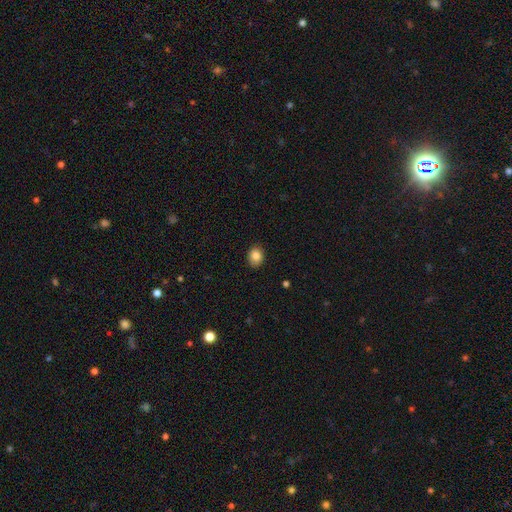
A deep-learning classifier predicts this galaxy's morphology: Smooth or featured: smooth — 86% (star or artifact — 9%)
How rounded: round — 50% (in between — 49%)
Merging: none — 88% (minor disturbance — 9%)